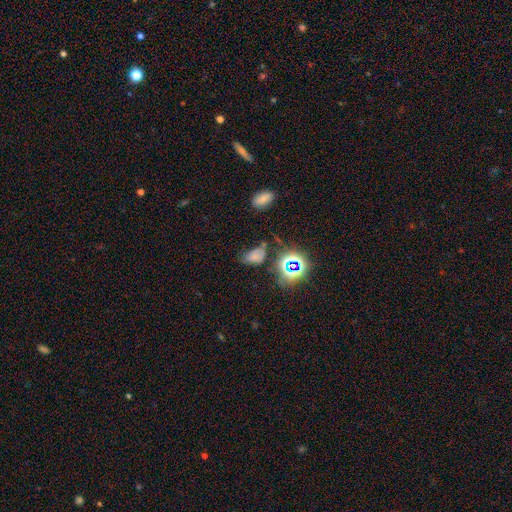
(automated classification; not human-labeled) Smooth or featured?
  - smooth: 55% *
  - star or artifact: 33%
  - featured or disk: 12%
How rounded?
  - in between: 84% *
  - round: 14%
  - cigar-shaped: 2%
Merging?
  - none: 46% *
  - minor disturbance: 28%
  - major disturbance: 16%
  - merger: 9%